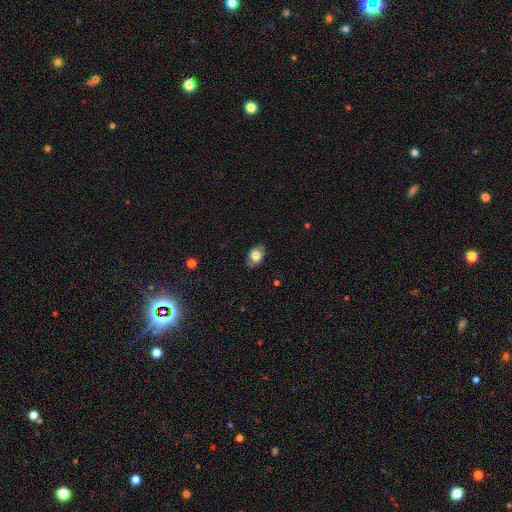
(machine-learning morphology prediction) Q: Smooth or featured?
A: smooth (76%); runner-up: featured or disk (17%)
Q: How rounded?
A: in between (83%); runner-up: round (15%)
Q: Merging?
A: none (83%); runner-up: minor disturbance (14%)